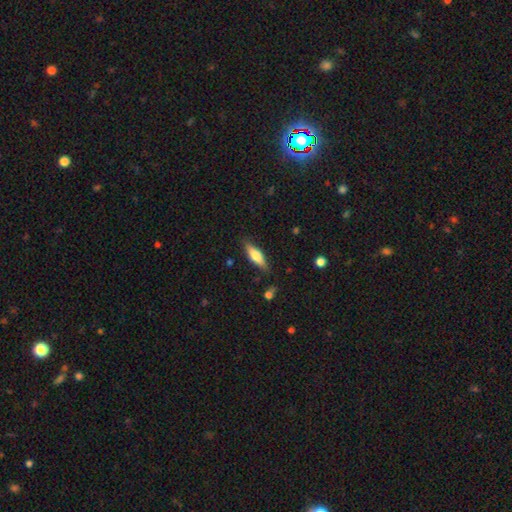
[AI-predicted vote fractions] Smooth or featured? Predicted: smooth (p=0.56). How rounded? Predicted: cigar-shaped (p=0.55). Merging? Predicted: none (p=0.84).